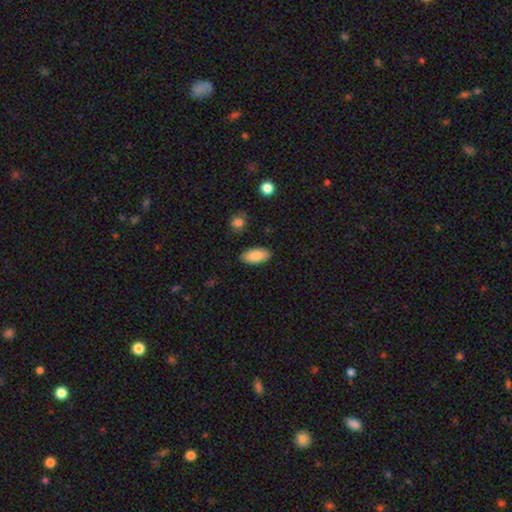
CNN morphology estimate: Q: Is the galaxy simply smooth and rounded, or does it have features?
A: smooth — 88%.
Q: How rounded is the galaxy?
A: in between — 91%.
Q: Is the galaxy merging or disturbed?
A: none — 88%.